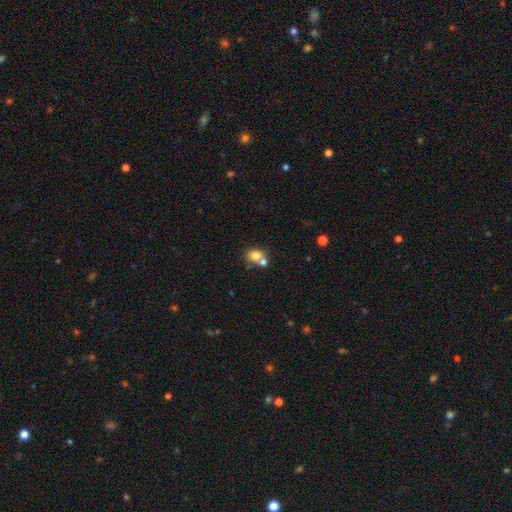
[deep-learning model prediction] This appears to be a smooth galaxy with no disk features (76%) that is round (66%). Merging: none (46%).